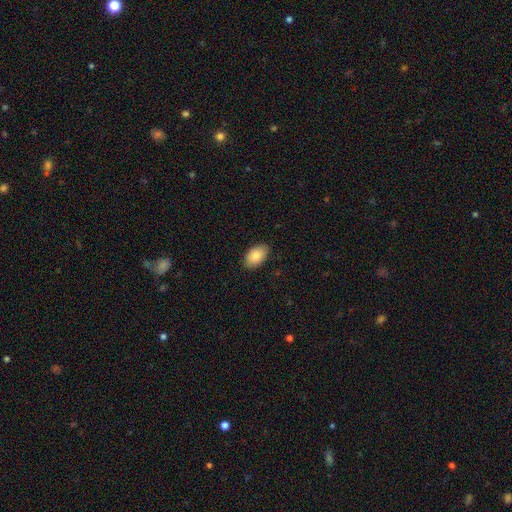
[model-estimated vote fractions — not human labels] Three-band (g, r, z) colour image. It shows a smooth galaxy with no disk features (84%) that is in between round and cigar-shaped (93%). Merging: none (87%).